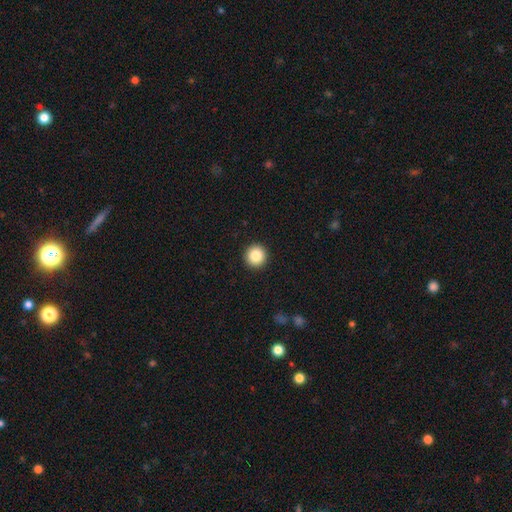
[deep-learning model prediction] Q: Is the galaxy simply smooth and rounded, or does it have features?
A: smooth — 85%.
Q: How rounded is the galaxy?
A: round — 96%.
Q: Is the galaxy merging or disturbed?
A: none — 94%.